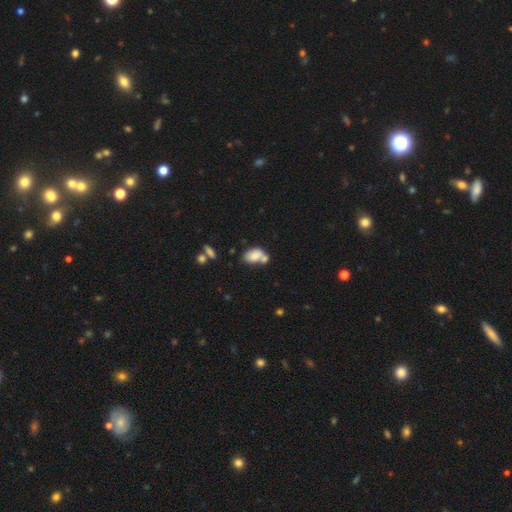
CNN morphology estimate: smooth 78%, featured or disk 13%, star or artifact 8%. Down the decision tree: how rounded — in between (89%); merging — merger (42%).